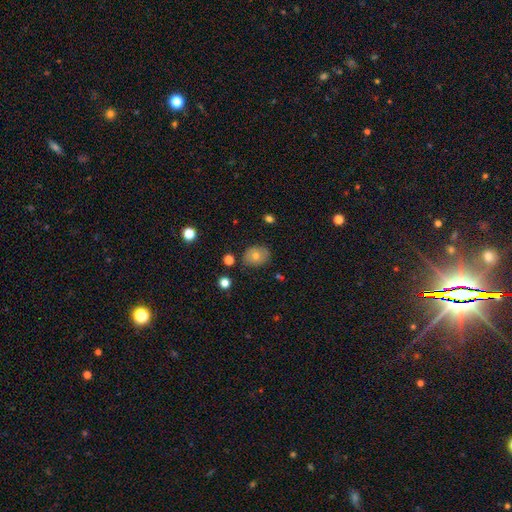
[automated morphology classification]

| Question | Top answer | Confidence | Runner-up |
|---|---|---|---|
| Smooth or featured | smooth | 63% | featured or disk (25%) |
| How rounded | in between | 55% | round (44%) |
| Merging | none | 79% | minor disturbance (16%) |